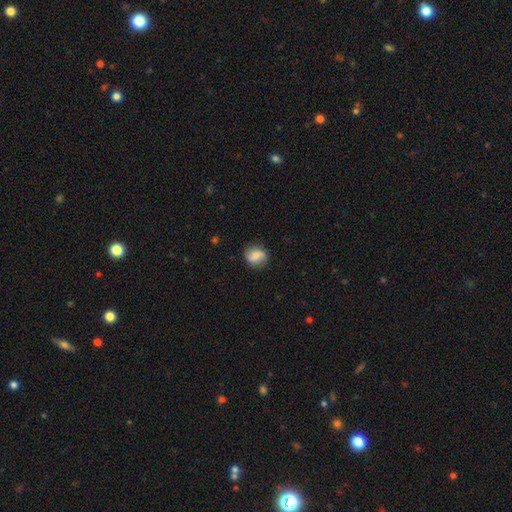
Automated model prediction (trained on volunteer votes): Morphology: type=smooth (61%); roundness=round (68%); merging=none (80%).